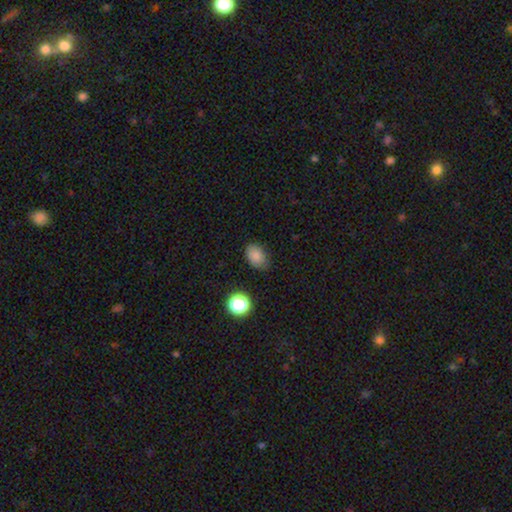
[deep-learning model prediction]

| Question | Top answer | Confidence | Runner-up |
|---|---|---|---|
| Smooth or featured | smooth | 83% | star or artifact (12%) |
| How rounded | in between | 80% | round (19%) |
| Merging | none | 77% | minor disturbance (18%) |